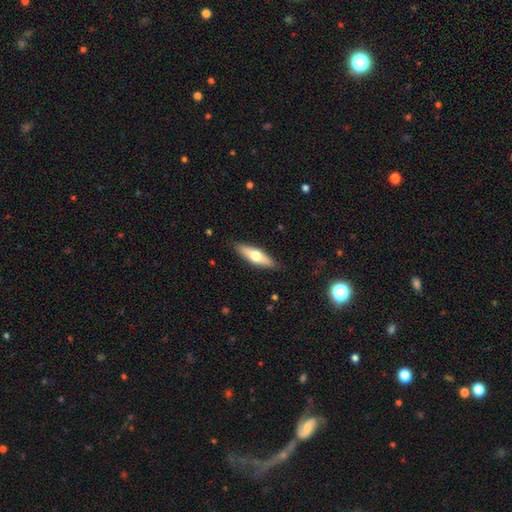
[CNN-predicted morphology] A smooth galaxy with no disk features (52%) that is cigar-shaped (57%).

Vote fractions:
- Smooth or featured? smooth: 52% / featured or disk: 43% / star or artifact: 6%
- How rounded? cigar-shaped: 57% / in between: 41% / round: 2%
- Merging? none: 88% / minor disturbance: 9% / major disturbance: 2% / merger: 1%